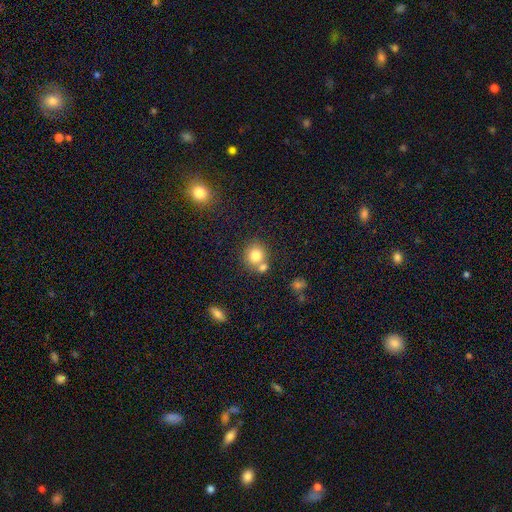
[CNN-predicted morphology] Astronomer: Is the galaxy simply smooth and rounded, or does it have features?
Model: smooth — 79%.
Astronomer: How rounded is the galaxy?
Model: round — 84%.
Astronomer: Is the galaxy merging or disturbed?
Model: none — 57%.